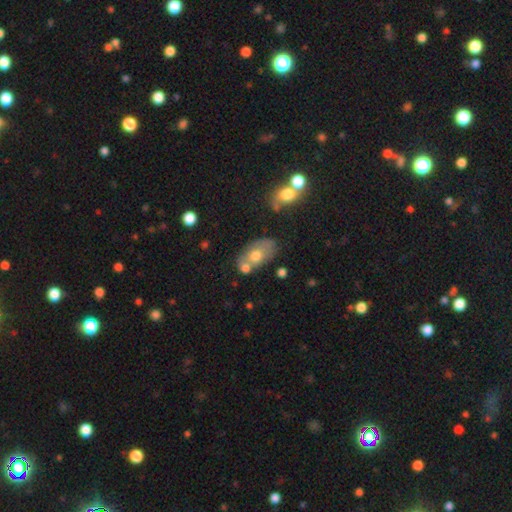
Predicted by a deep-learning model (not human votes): A smooth galaxy with no disk features (64%) that is in between round and cigar-shaped (87%). Merging: none (44%).